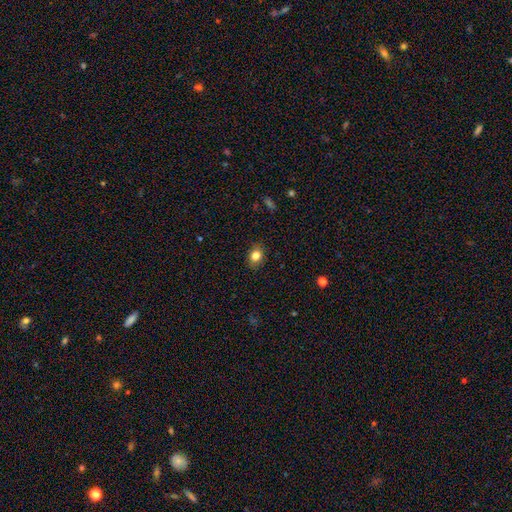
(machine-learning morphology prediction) A smooth galaxy with no disk features (83%) that is in between round and cigar-shaped (57%). Merging: none (87%).